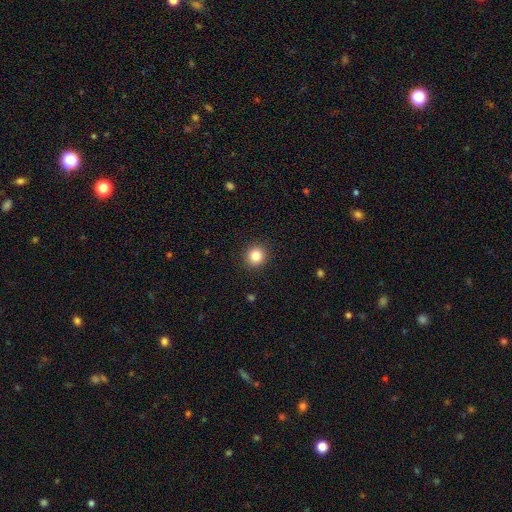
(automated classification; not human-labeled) smooth_or_featured: smooth (p=0.85) [alt: star or artifact p=0.11]
how_rounded: round (p=0.91) [alt: in between p=0.08]
merging: none (p=0.91) [alt: minor disturbance p=0.06]